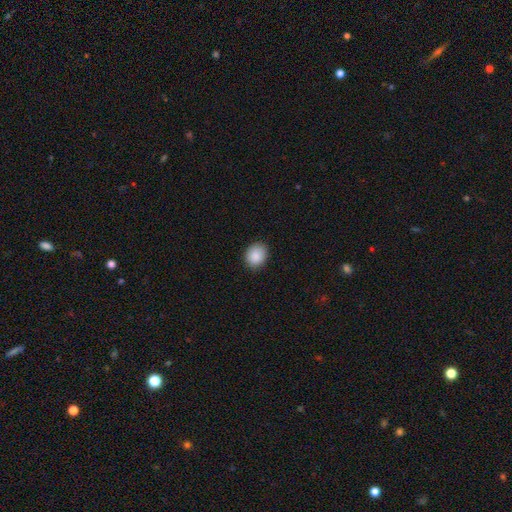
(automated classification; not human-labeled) Smooth or featured?
  - smooth: 88% *
  - star or artifact: 8%
  - featured or disk: 4%
How rounded?
  - round: 61% *
  - in between: 38%
  - cigar-shaped: 1%
Merging?
  - none: 87% *
  - minor disturbance: 10%
  - major disturbance: 2%
  - merger: 1%